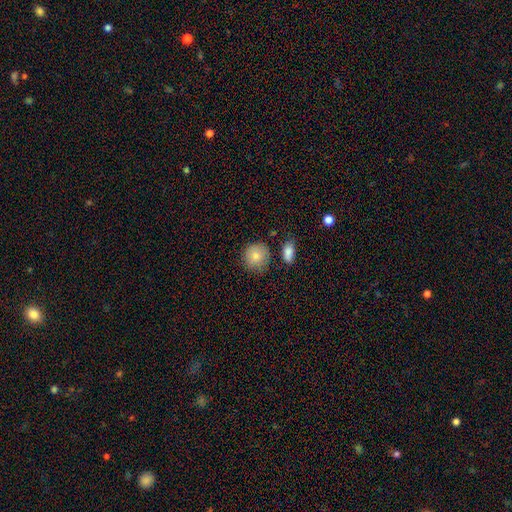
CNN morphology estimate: Smooth or featured? smooth (85%)
How rounded? round (87%)
Merging? none (76%)